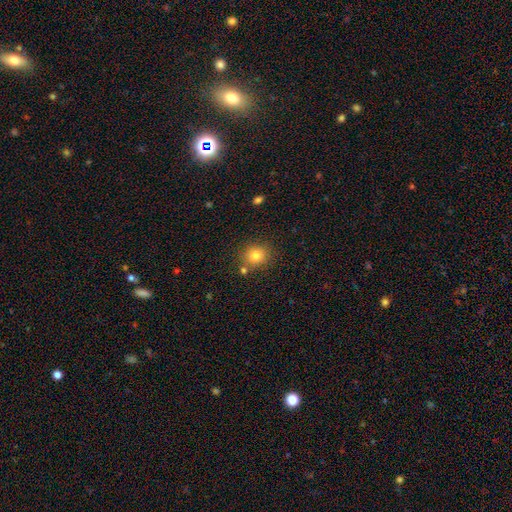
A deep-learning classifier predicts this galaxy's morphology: Smooth or featured: smooth — 80% (star or artifact — 12%)
How rounded: round — 82% (in between — 17%)
Merging: none — 79% (minor disturbance — 10%)